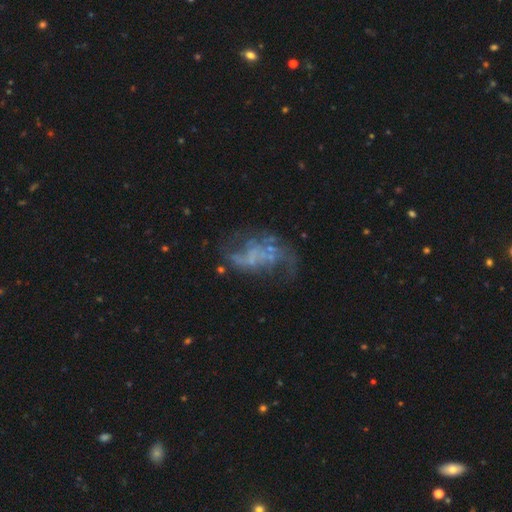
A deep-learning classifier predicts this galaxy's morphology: smooth-or-featured: featured or disk: 70% | smooth: 16% | star or artifact: 14%
  disk-edge-on: no: 98% | yes: 2%
    bar: no: 78% | weak: 17% | strong: 5%
    has-spiral-arms: no: 53% | yes: 47%
    bulge-size: none: 78% | small: 14% | moderate: 5% | large: 2% | dominant: 1%
  merging: none: 40% | major disturbance: 35% | minor disturbance: 18% | merger: 7%